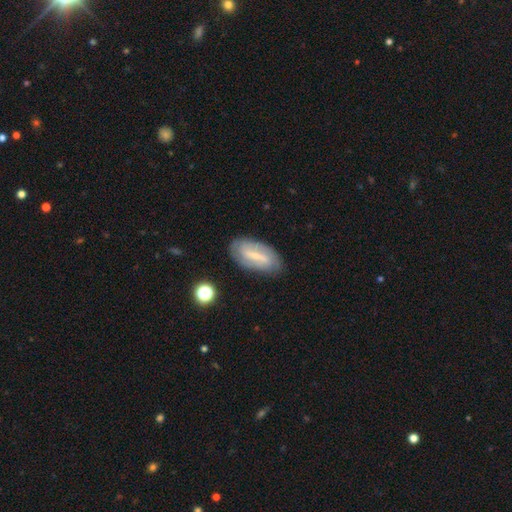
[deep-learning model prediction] A featured or disk galaxy (60%) with a strong bar (48%), spiral arms (77%) and a small central bulge (57%). Merging: none (81%).